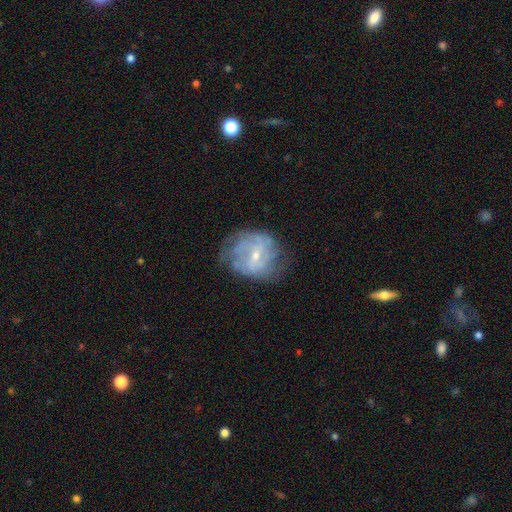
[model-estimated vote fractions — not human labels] Smooth or featured: featured or disk — 73% (smooth — 18%)
Edge-on disk: no — 97% (yes — 3%)
Bar: weak — 51% (no — 32%)
Spiral arms: yes — 77% (no — 23%)
Spiral winding: medium — 39% (tight — 37%)
Spiral arm count: can't tell — 44% (2 — 28%)
Bulge size: small — 70% (moderate — 25%)
Merging: none — 61% (minor disturbance — 23%)